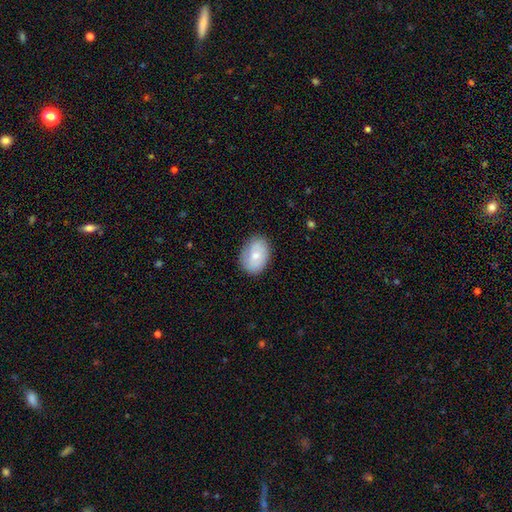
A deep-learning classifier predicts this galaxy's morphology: Overall: smooth (65%; featured or disk 28%). How rounded: in between (77%). Merging: none (81%).